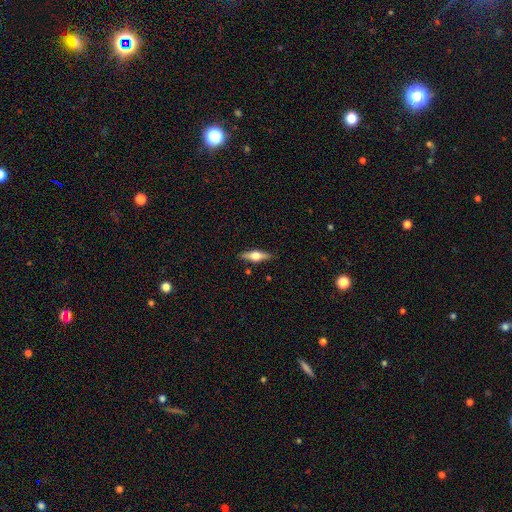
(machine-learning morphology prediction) Smooth or featured? Predicted: featured or disk (p=0.53). Edge-on disk? Predicted: yes (p=0.93). Merging? Predicted: none (p=0.87).